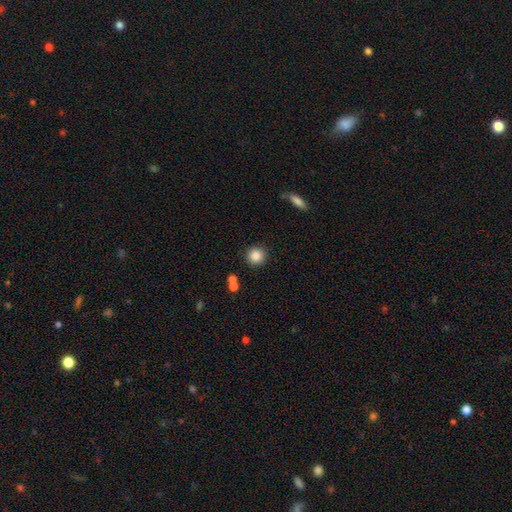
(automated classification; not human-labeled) Overall: smooth (85%). How rounded: round (94%). Merging: none (88%).